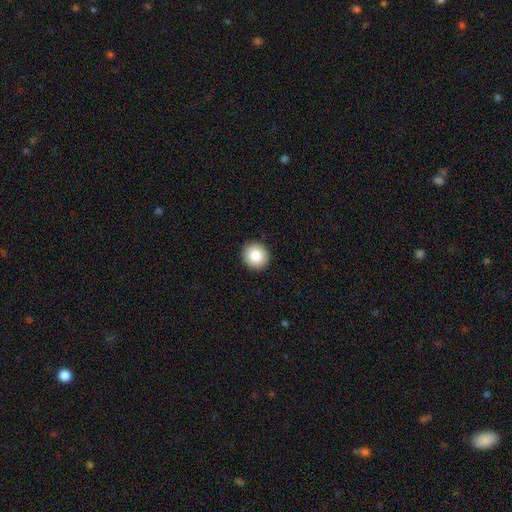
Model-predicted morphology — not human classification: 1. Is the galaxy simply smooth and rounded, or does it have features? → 85% smooth, 8% star or artifact, 7% featured or disk.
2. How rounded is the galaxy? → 89% round, 10% in between, 1% cigar-shaped.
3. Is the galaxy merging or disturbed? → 92% none, 5% minor disturbance, 2% major disturbance, 1% merger.